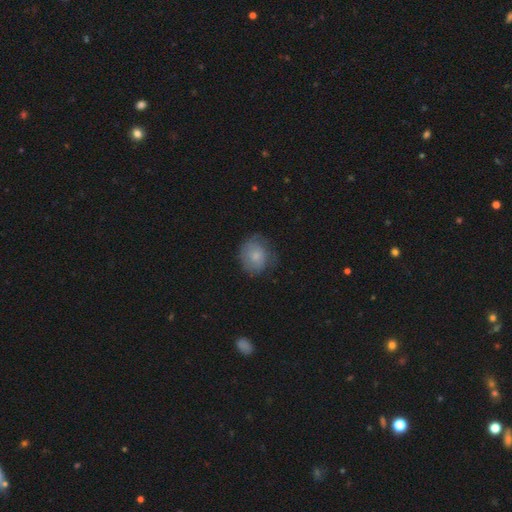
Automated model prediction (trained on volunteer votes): This is likely a smooth galaxy (73%). How rounded: clearly round (81%). Merging: likely none (66%).